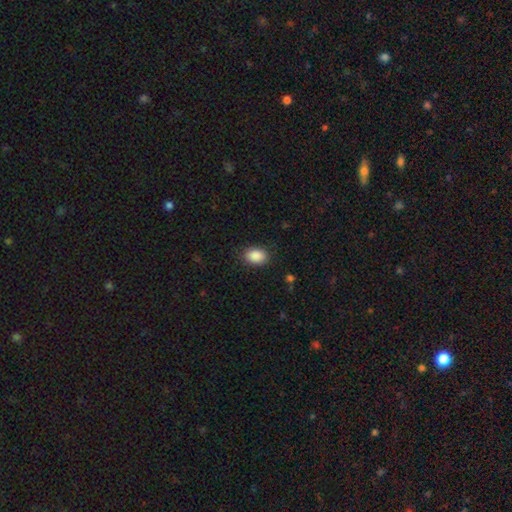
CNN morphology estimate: type=smooth (89%); roundness=in between (80%); merging=none (85%).